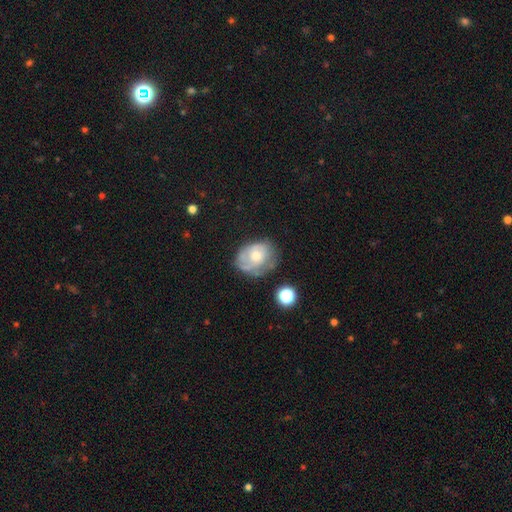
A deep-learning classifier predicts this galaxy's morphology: Overall: featured or disk (57%; smooth 34%). Edge-on disk: no (96%). Bar: no (81%). Spiral arms: yes (67%; no 33%). Bulge size: moderate (58%; small 28%). Merging: none (52%; minor disturbance 28%).